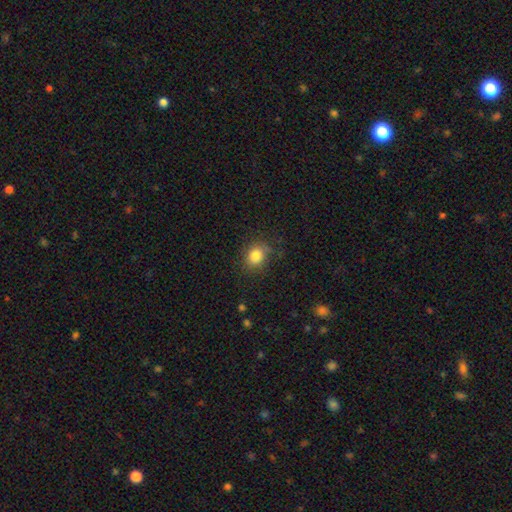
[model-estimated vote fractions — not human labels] Smooth or featured?
  - smooth: 83% *
  - star or artifact: 11%
  - featured or disk: 6%
How rounded?
  - round: 63% *
  - in between: 36%
  - cigar-shaped: 1%
Merging?
  - none: 79% *
  - minor disturbance: 15%
  - major disturbance: 5%
  - merger: 1%